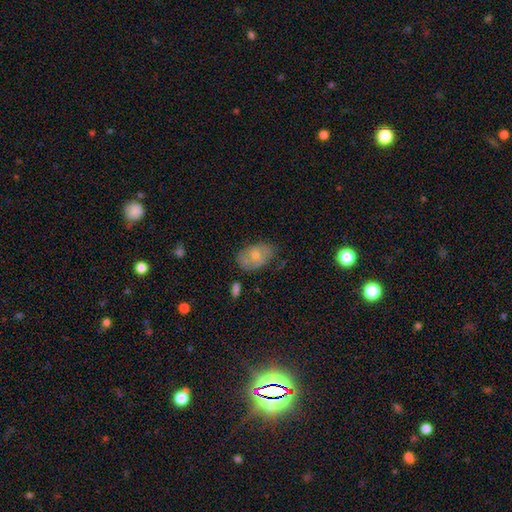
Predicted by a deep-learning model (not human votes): The model was most divided on "smooth or featured": smooth: 55%, featured or disk: 37%, star or artifact: 8%. More confident: how rounded — in between (87%); merging — none (64%).